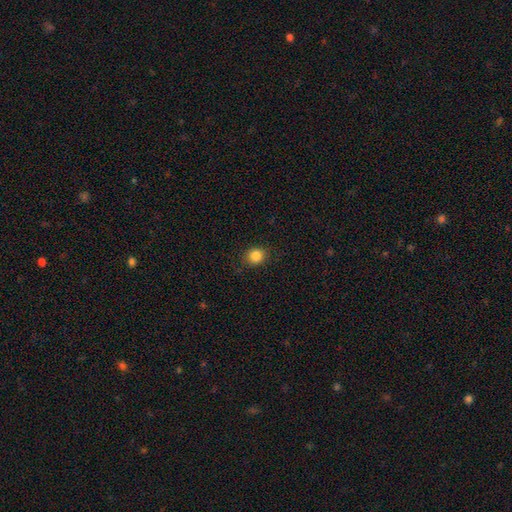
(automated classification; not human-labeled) Q: Smooth or featured?
A: smooth (85%); runner-up: star or artifact (10%)
Q: How rounded?
A: round (75%); runner-up: in between (24%)
Q: Merging?
A: none (86%); runner-up: minor disturbance (10%)